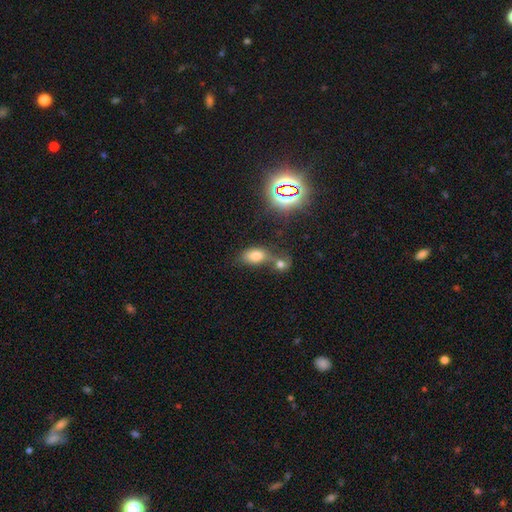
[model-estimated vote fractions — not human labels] The model was most divided on "merging": merger: 44%, none: 37%, minor disturbance: 12%, major disturbance: 7%. More confident: how rounded — in between (85%); smooth or featured — smooth (73%).